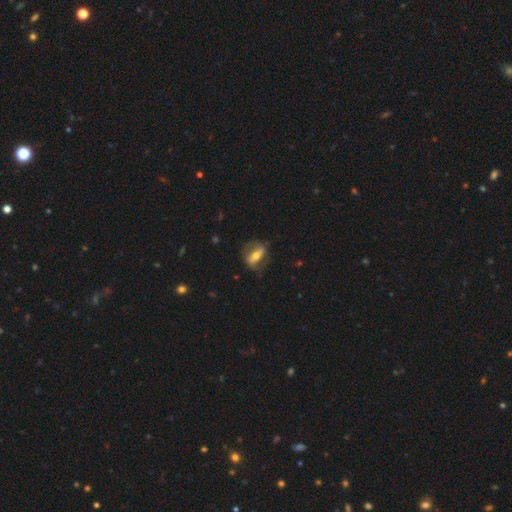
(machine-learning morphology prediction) Smooth or featured? Predicted: featured or disk (p=0.60). Edge-on disk? Predicted: no (p=0.81). Merging? Predicted: none (p=0.65).